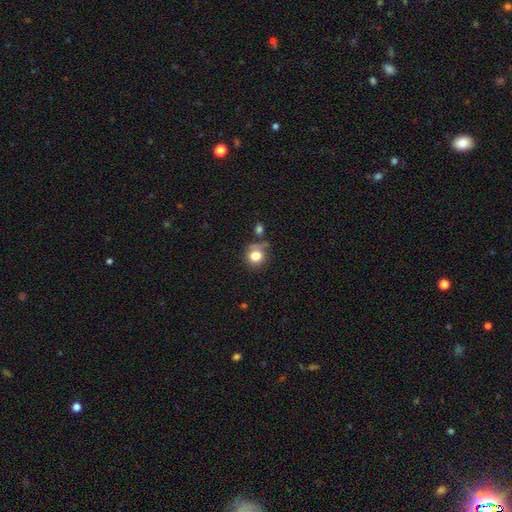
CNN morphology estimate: smooth 80%, star or artifact 10%, featured or disk 10%. Down the decision tree: how rounded — round (82%); merging — none (57%).